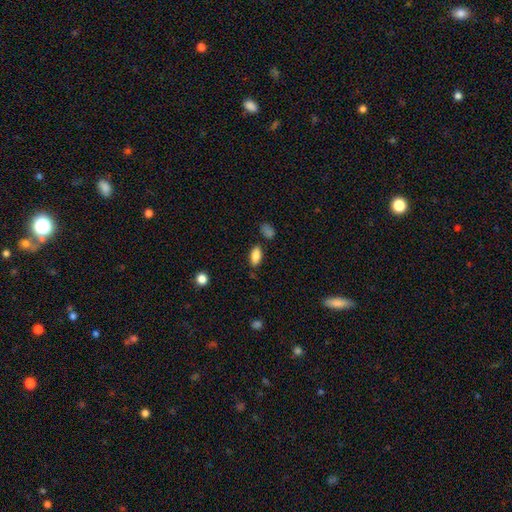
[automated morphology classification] type=smooth (85%); roundness=in between (90%); merging=none (80%).